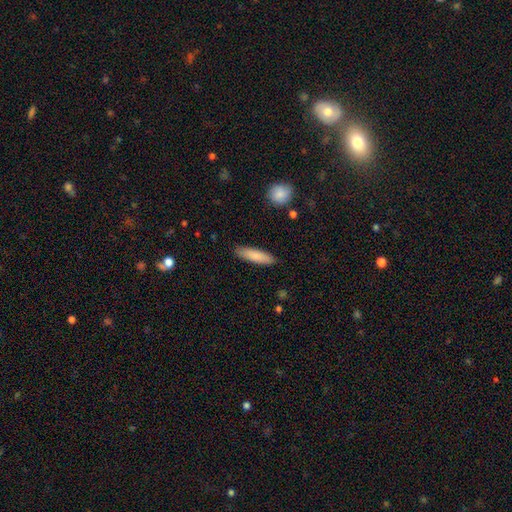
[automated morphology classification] type=smooth (84%); roundness=cigar-shaped (68%); merging=none (89%).